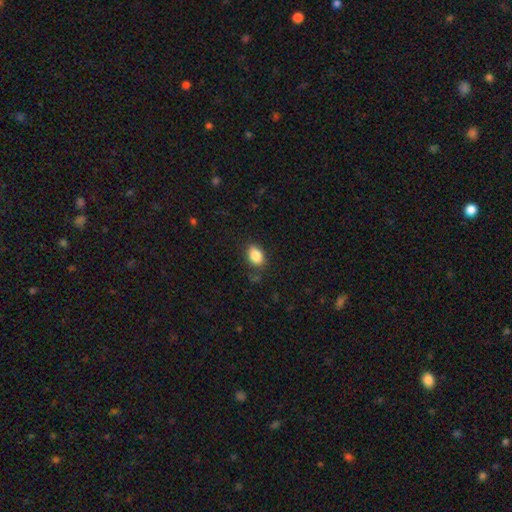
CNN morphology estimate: A smooth galaxy with no disk features (85%) that is in between round and cigar-shaped (80%). Merging: none (80%).